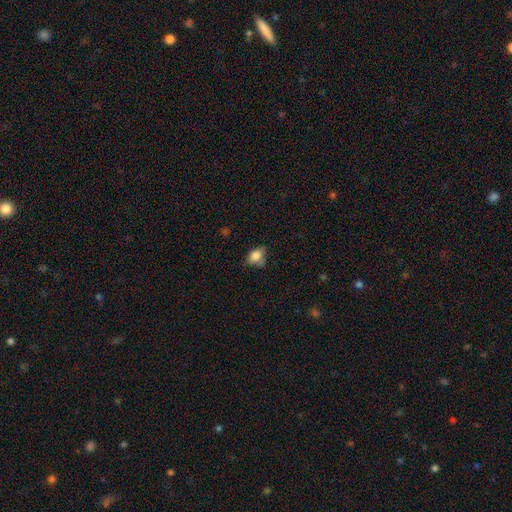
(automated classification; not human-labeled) This is likely a smooth galaxy (78%). How rounded: likely in between (72%). Merging: possibly none (46%).